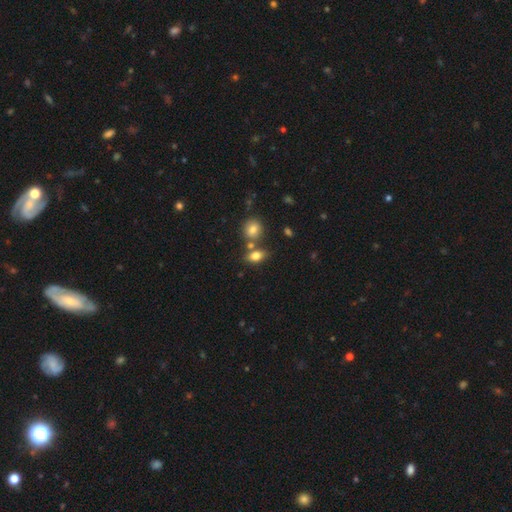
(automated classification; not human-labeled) Smooth or featured? Predicted: smooth (p=0.79). How rounded? Predicted: in between (p=0.81). Merging? Predicted: none (p=0.61).